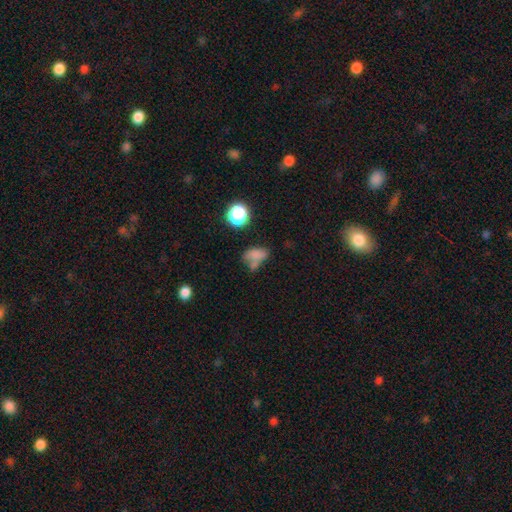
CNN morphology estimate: Smooth or featured?
  - smooth: 70% *
  - star or artifact: 16%
  - featured or disk: 14%
How rounded?
  - in between: 78% *
  - round: 19%
  - cigar-shaped: 3%
Merging?
  - none: 36% *
  - merger: 30%
  - minor disturbance: 20%
  - major disturbance: 14%